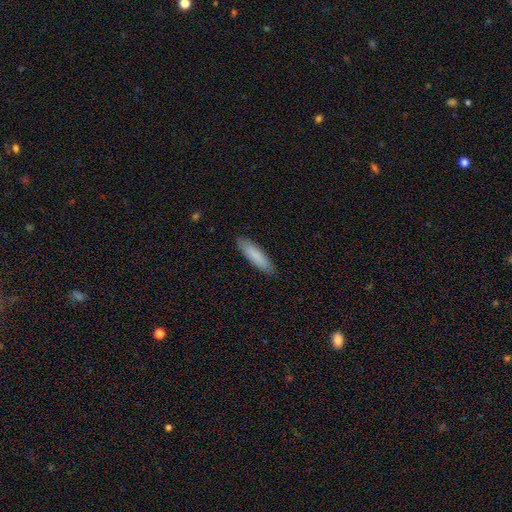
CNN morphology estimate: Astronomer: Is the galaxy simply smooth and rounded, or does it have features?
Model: smooth — 85%.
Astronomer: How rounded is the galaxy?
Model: cigar-shaped — 69%.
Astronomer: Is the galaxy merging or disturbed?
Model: none — 88%.